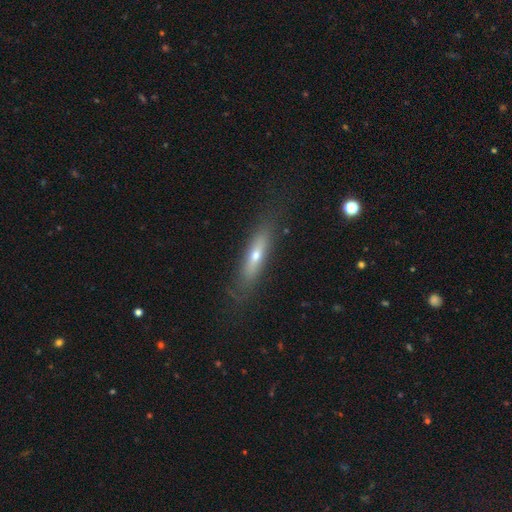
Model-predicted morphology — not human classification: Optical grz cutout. It shows a smooth galaxy with no disk features (48%). Merging: none (78%).